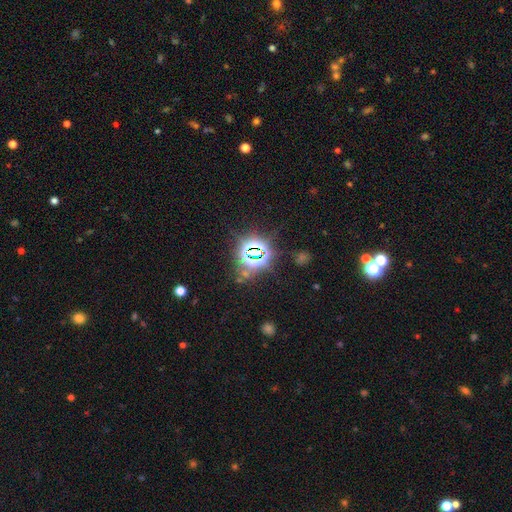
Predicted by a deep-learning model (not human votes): star or artifact 81%, smooth 12%, featured or disk 7%.